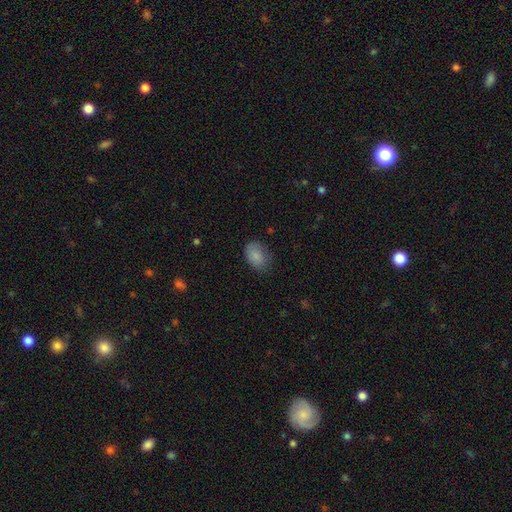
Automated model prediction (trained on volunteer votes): Overall: smooth (85%). How rounded: in between (79%). Merging: none (67%).